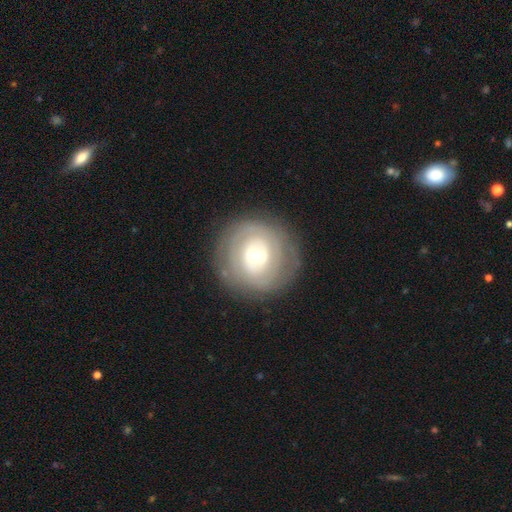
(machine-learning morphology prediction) The model was most divided on "bar": no: 50%, weak: 37%, strong: 14%. More confident: edge-on disk — no (97%); merging — none (84%); spiral arms — yes (75%); smooth or featured — featured or disk (67%); bulge size — moderate (55%).